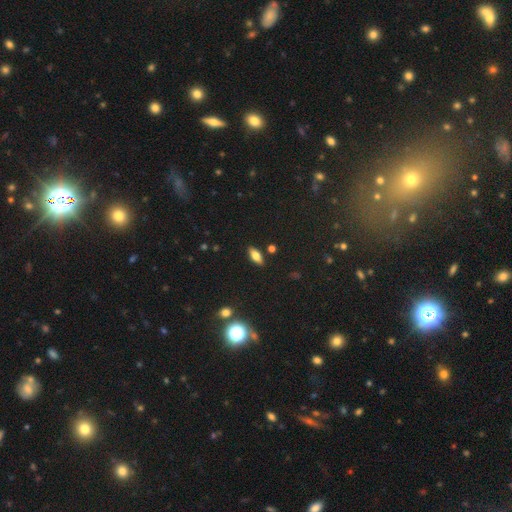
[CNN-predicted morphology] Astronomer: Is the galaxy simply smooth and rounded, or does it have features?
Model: smooth — 67%.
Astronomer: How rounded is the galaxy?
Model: in between — 79%.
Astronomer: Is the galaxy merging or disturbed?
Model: none — 87%.